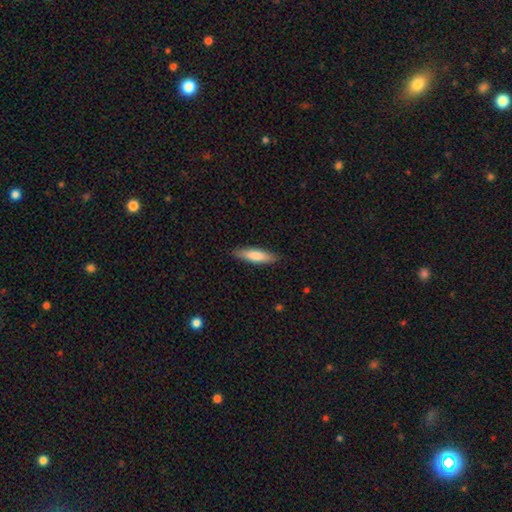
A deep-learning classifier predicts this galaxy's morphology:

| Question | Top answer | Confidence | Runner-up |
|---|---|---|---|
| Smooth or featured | smooth | 78% | featured or disk (17%) |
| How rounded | cigar-shaped | 68% | in between (30%) |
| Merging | none | 87% | minor disturbance (10%) |